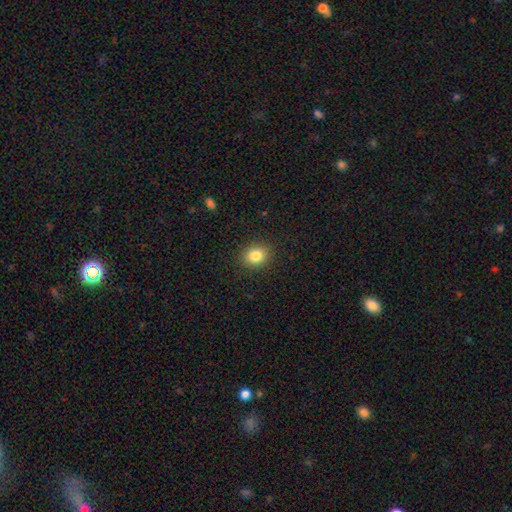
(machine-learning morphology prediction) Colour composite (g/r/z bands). It shows a smooth galaxy with no disk features (84%) that is round (56%). Merging: none (89%).